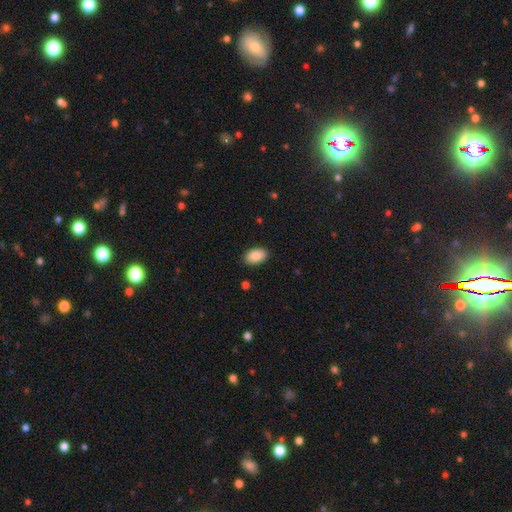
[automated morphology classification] Overall: smooth (88%). How rounded: in between (93%). Merging: none (89%).